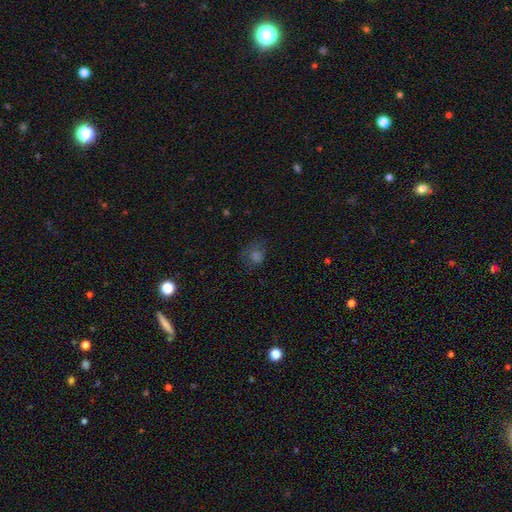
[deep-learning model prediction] Q: Smooth or featured?
A: smooth (58%); runner-up: star or artifact (29%)
Q: How rounded?
A: round (73%); runner-up: in between (26%)
Q: Merging?
A: none (70%); runner-up: minor disturbance (18%)